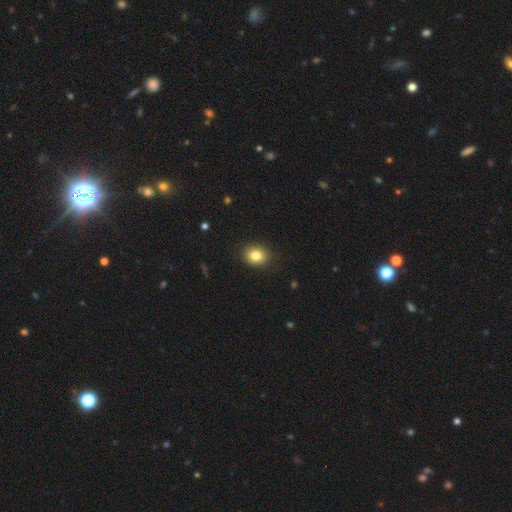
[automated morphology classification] A smooth galaxy with no disk features (82%) that is round (59%). Merging: none (90%).